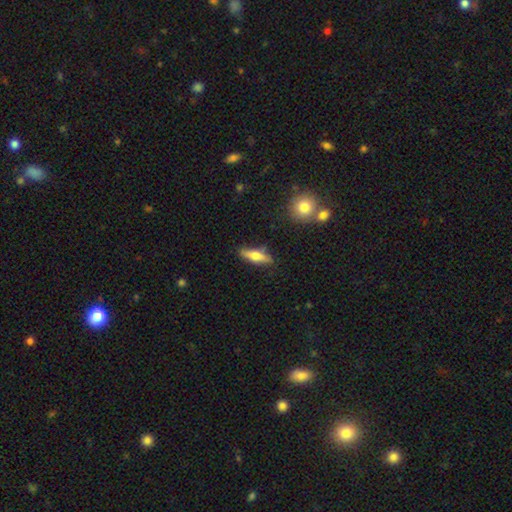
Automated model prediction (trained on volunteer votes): A smooth galaxy with no disk features (56%) that is cigar-shaped (58%).

Vote fractions:
- Smooth or featured? smooth: 56% / featured or disk: 38% / star or artifact: 7%
- How rounded? cigar-shaped: 58% / in between: 39% / round: 3%
- Merging? none: 80% / minor disturbance: 14% / merger: 3% / major disturbance: 3%